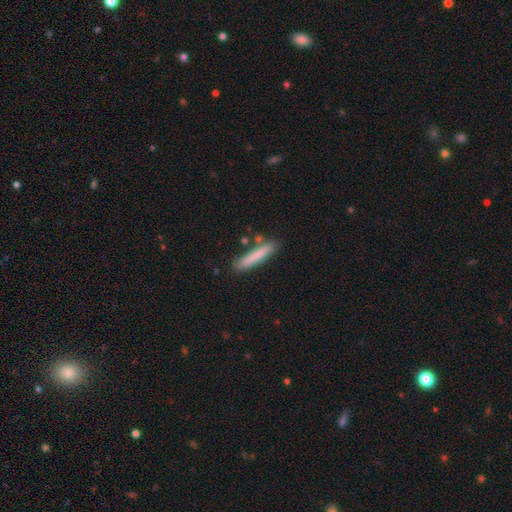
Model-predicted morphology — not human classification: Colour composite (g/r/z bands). It shows a smooth galaxy with no disk features (77%) that is cigar-shaped (94%). Merging: none (83%).